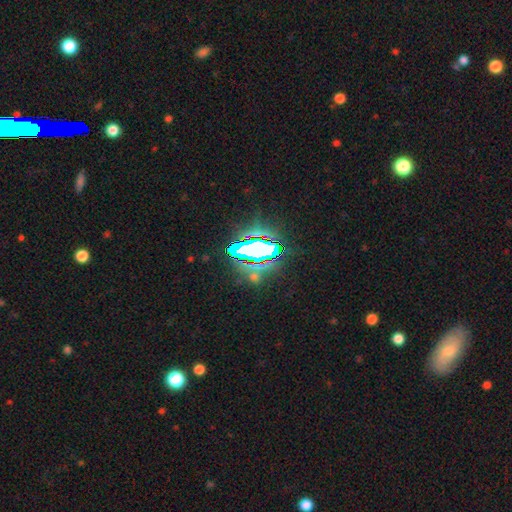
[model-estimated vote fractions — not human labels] Morphology: type=star or artifact (66%).